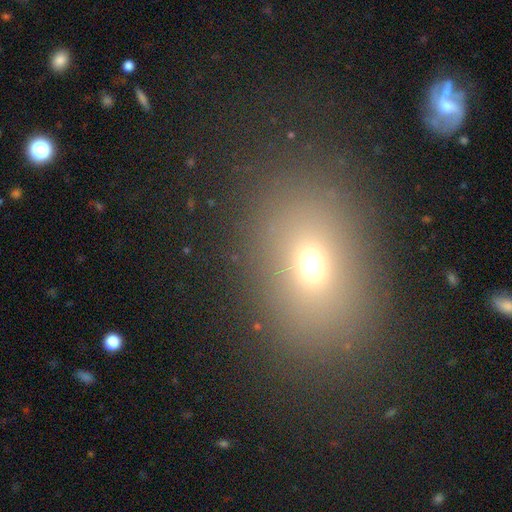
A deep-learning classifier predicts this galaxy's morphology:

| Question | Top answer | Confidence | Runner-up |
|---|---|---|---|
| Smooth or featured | smooth | 65% | star or artifact (21%) |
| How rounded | in between | 69% | round (29%) |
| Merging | none | 83% | minor disturbance (9%) |